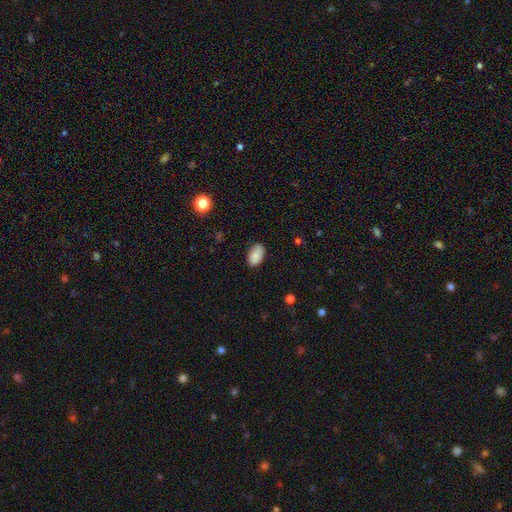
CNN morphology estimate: Smooth or featured: smooth — 87% (star or artifact — 7%)
How rounded: in between — 93% (round — 5%)
Merging: none — 83% (minor disturbance — 13%)